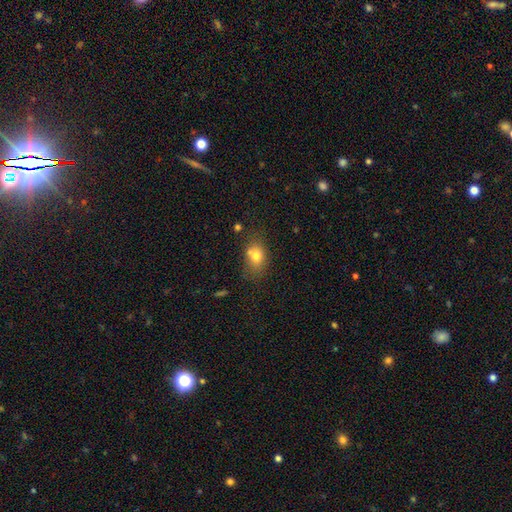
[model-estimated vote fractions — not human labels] Smooth or featured? smooth (75%)
How rounded? in between (70%)
Merging? none (58%)